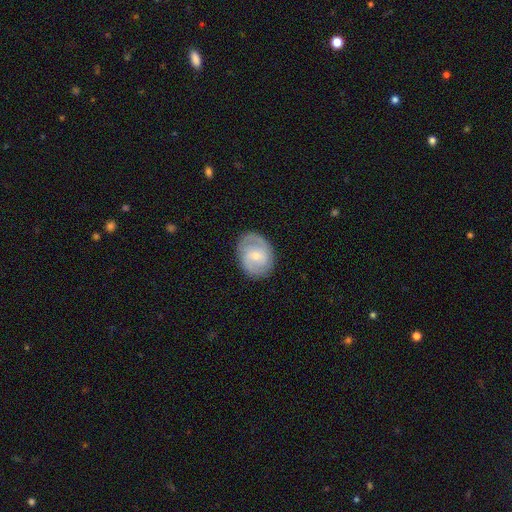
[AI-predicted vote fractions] A featured or disk galaxy (67%) with a weak bar (47%), 2 (72%) medium (46%) spiral arms (88%) and a small central bulge (56%).

Vote fractions:
- Smooth or featured? featured or disk: 67% / smooth: 27% / star or artifact: 6%
- Edge-on disk? no: 97% / yes: 3%
- Bar? weak: 47% / no: 43% / strong: 11%
- Spiral arms? yes: 88% / no: 12%
- Spiral winding? medium: 46% / tight: 38% / loose: 16%
- Spiral arm count? 2: 72% / can't tell: 14% / 3: 6% / 1: 4% / 4: 2% / more than 4: 2%
- Bulge size? small: 56% / moderate: 39% / large: 2% / none: 1% / dominant: 1%
- Merging? none: 81% / minor disturbance: 14% / major disturbance: 4% / merger: 1%